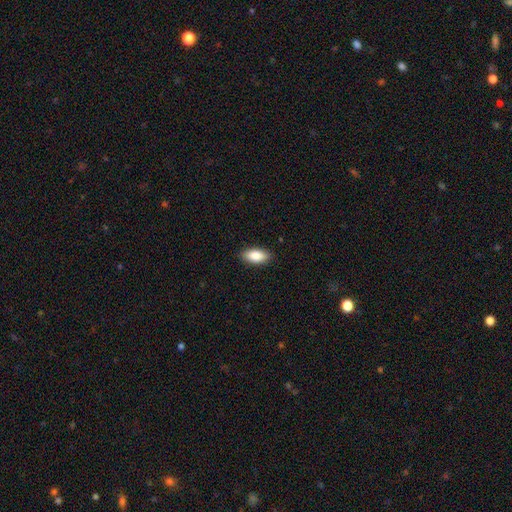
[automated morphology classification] type=smooth (87%); roundness=in between (90%); merging=none (89%).